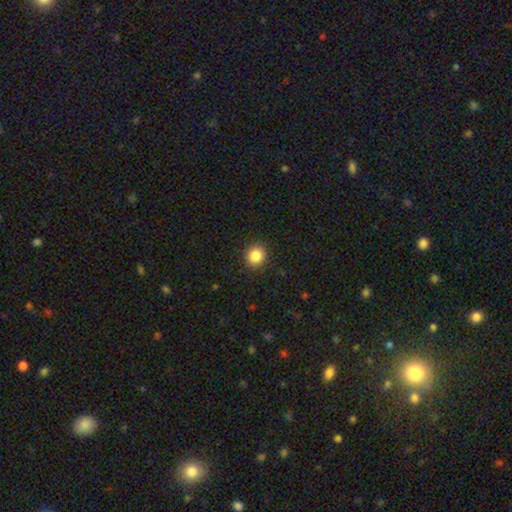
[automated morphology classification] This appears to be a smooth galaxy with no disk features (86%) that is round (82%). Merging: none (91%).